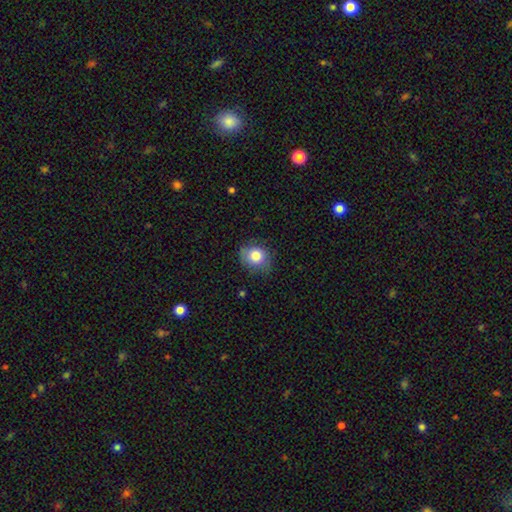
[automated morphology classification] This is likely a smooth galaxy (79%). How rounded: likely round (68%). Merging: likely none (70%).